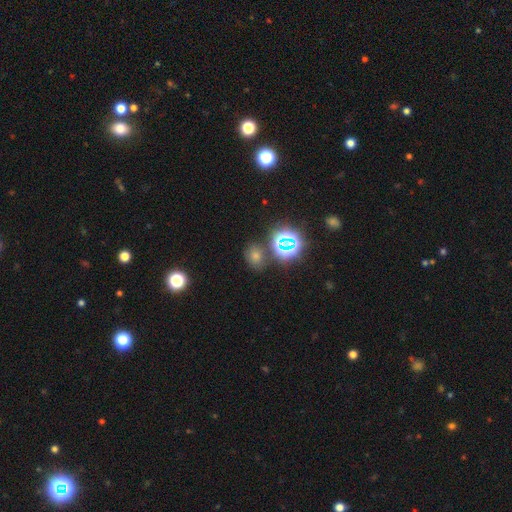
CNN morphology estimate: This appears to be a star or artifact, not a galaxy (47%).